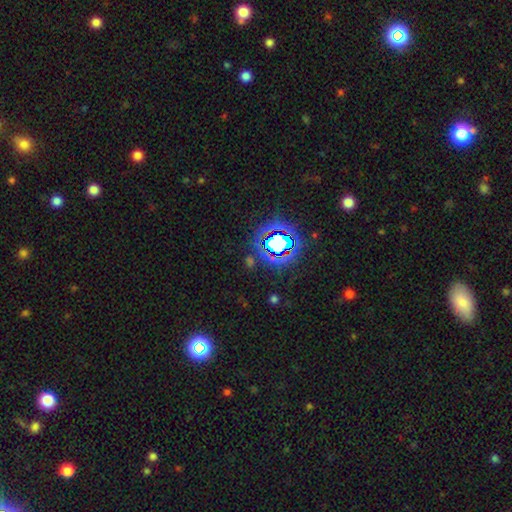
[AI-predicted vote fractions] Smooth or featured: star or artifact — 80% (smooth — 12%)